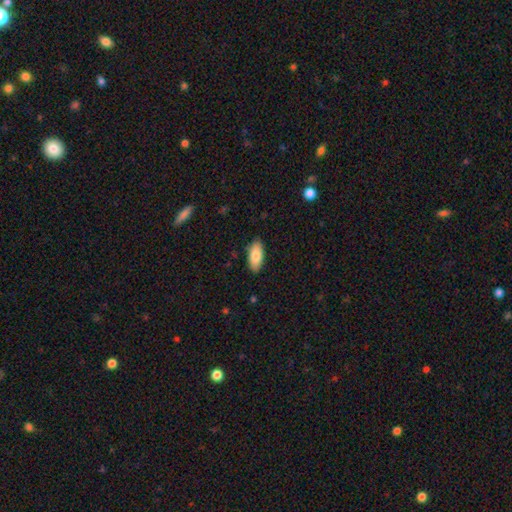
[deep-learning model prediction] The model was most divided on "smooth or featured": smooth: 84%, featured or disk: 10%, star or artifact: 6%. More confident: how rounded — in between (88%); merging — none (87%).